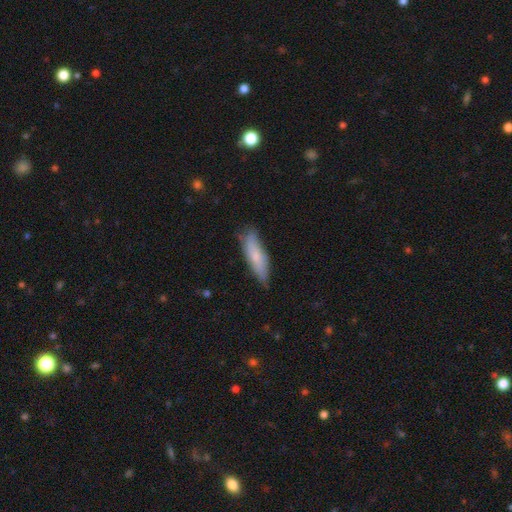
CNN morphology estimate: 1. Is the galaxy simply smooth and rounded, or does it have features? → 70% smooth, 24% featured or disk, 6% star or artifact.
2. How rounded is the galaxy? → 63% cigar-shaped, 35% in between, 2% round.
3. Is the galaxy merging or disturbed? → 72% none, 23% minor disturbance, 4% major disturbance, 2% merger.